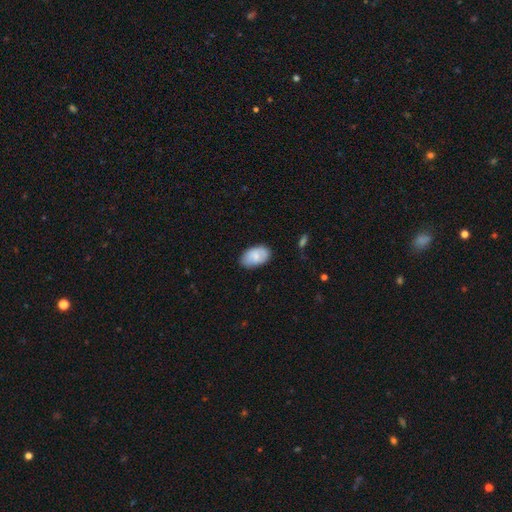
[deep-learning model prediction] This appears to be a smooth galaxy with no disk features (79%) that is in between round and cigar-shaped (93%). Merging: none (77%).